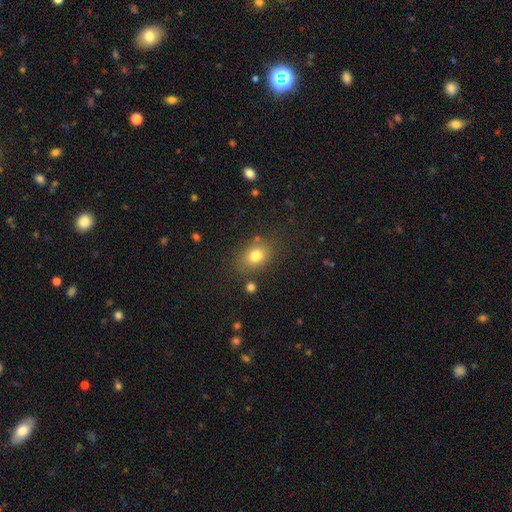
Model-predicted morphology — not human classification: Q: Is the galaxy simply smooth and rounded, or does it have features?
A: smooth — 79%.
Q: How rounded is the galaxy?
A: in between — 64%.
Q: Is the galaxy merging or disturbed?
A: none — 76%.